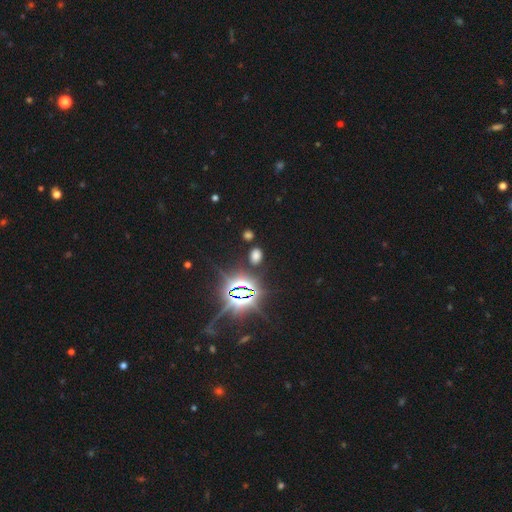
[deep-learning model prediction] smooth-or-featured: smooth: 53% | star or artifact: 41% | featured or disk: 7%
  how-rounded: in between: 76% | round: 21% | cigar-shaped: 3%
  merging: none: 86% | minor disturbance: 8% | major disturbance: 3% | merger: 3%